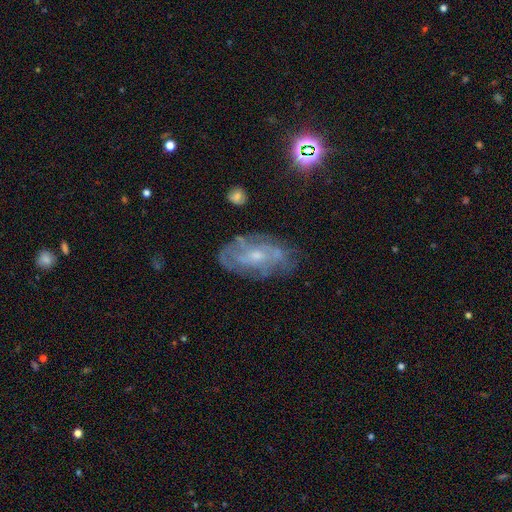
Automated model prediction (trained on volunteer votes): Smooth or featured?
  - featured or disk: 74% *
  - smooth: 17%
  - star or artifact: 8%
Edge-on disk?
  - no: 94% *
  - yes: 6%
Bar?
  - no: 66% *
  - weak: 29%
  - strong: 5%
Spiral arms?
  - yes: 76% *
  - no: 24%
Spiral winding?
  - tight: 50% *
  - medium: 35%
  - loose: 14%
Spiral arm count?
  - can't tell: 53% *
  - 2: 21%
  - 3: 11%
  - 4: 6%
  - 1: 4%
  - more than 4: 4%
Bulge size?
  - small: 61% *
  - moderate: 32%
  - none: 4%
  - large: 1%
  - dominant: 1%
Merging?
  - none: 66% *
  - minor disturbance: 22%
  - major disturbance: 9%
  - merger: 2%